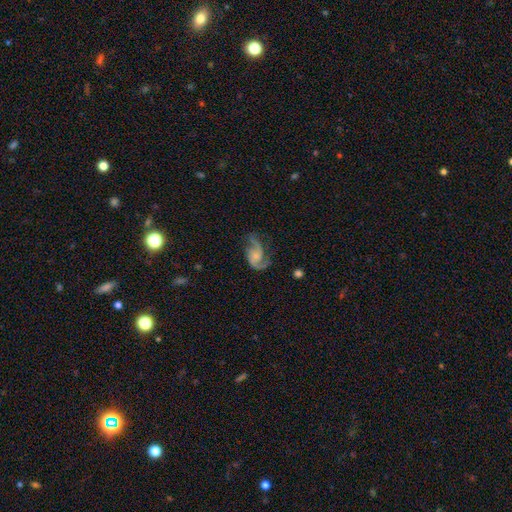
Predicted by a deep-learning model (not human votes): smooth_or_featured: featured or disk (p=0.85) [alt: smooth p=0.09]
disk_edge_on: no (p=0.98) [alt: yes p=0.02]
bar: no (p=0.68) [alt: weak p=0.27]
has_spiral_arms: yes (p=0.96) [alt: no p=0.04]
spiral_winding: medium (p=0.49) [alt: loose p=0.36]
spiral_arm_count: 2 (p=0.83) [alt: 3 p=0.05]
bulge_size: small (p=0.59) [alt: moderate p=0.28]
merging: none (p=0.57) [alt: minor disturbance p=0.22]